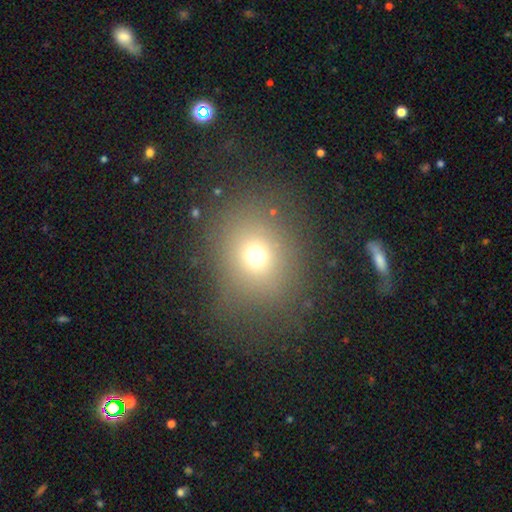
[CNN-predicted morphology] Smooth or featured: smooth — 68% (star or artifact — 21%)
How rounded: round — 71% (in between — 28%)
Merging: none — 79% (minor disturbance — 11%)